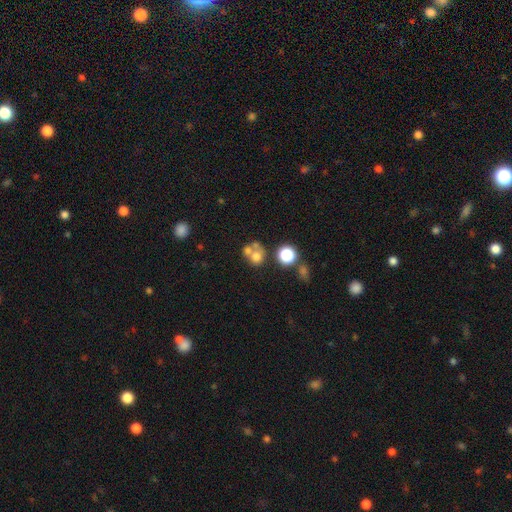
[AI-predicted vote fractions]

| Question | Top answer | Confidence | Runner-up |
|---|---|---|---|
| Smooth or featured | smooth | 64% | featured or disk (20%) |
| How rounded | round | 78% | in between (21%) |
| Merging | merger | 50% | none (36%) |